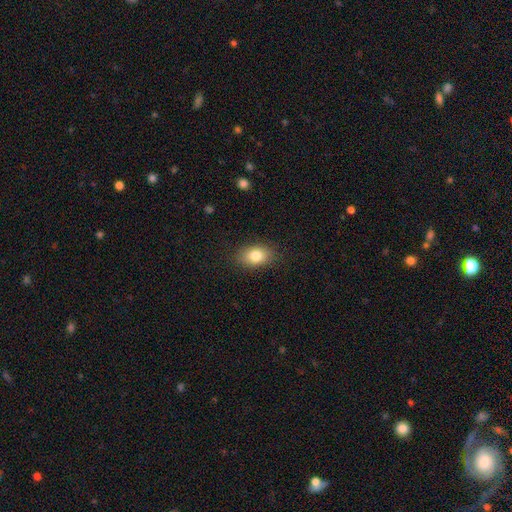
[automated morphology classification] smooth_or_featured: smooth (p=0.83) [alt: featured or disk p=0.09]
how_rounded: in between (p=0.83) [alt: round p=0.16]
merging: none (p=0.86) [alt: minor disturbance p=0.10]